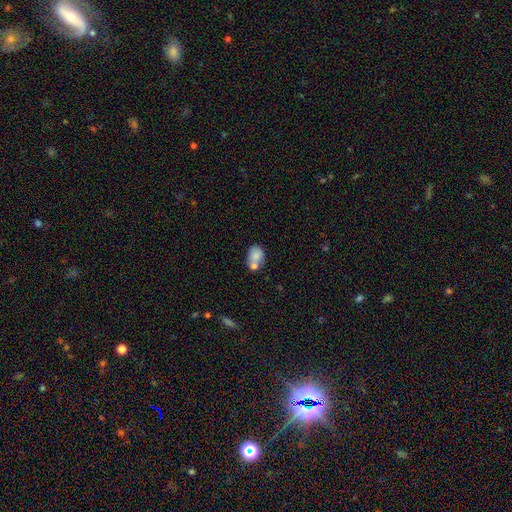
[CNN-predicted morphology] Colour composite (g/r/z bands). It shows a smooth galaxy with no disk features (77%) that is in between round and cigar-shaped (68%). Merging: none (39%, tied with merger).